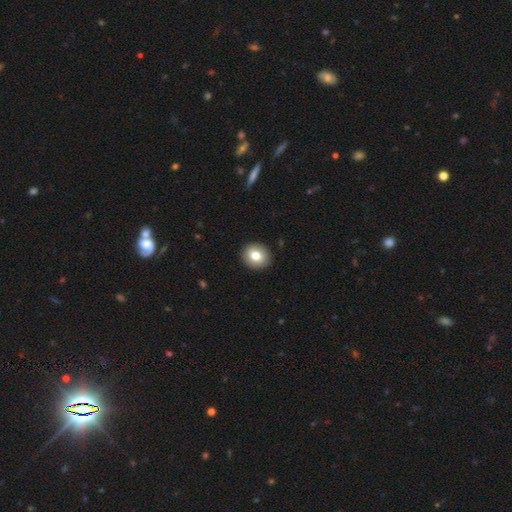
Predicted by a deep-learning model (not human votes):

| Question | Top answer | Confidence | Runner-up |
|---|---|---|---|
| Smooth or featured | smooth | 78% | featured or disk (13%) |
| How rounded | round | 75% | in between (24%) |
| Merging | none | 91% | minor disturbance (6%) |